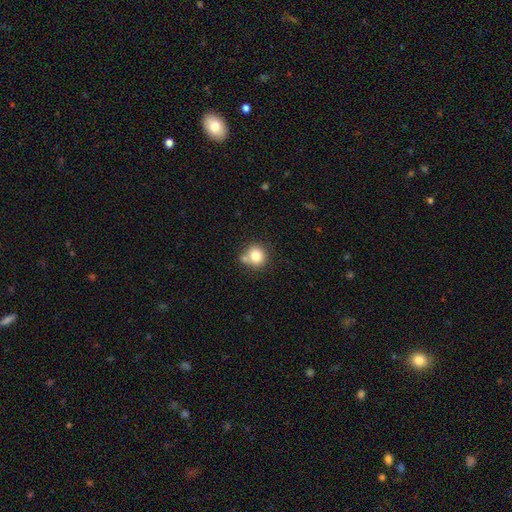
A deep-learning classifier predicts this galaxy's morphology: smooth 80%, featured or disk 10%, star or artifact 10%. Down the decision tree: how rounded — round (86%); merging — none (58%).